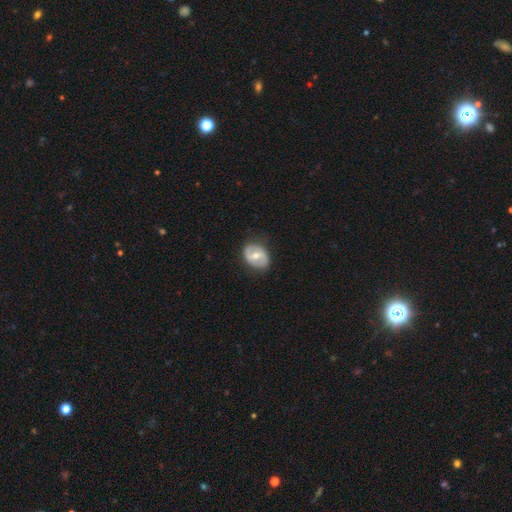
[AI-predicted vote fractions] This is possibly a featured or disk galaxy (58%). It is clearly not viewed edge-on (96%). Bar: marginally weak (44%). Spiral arm pattern: possibly yes (59%). Central bulge: likely moderate (70%). Merging: likely none (79%).